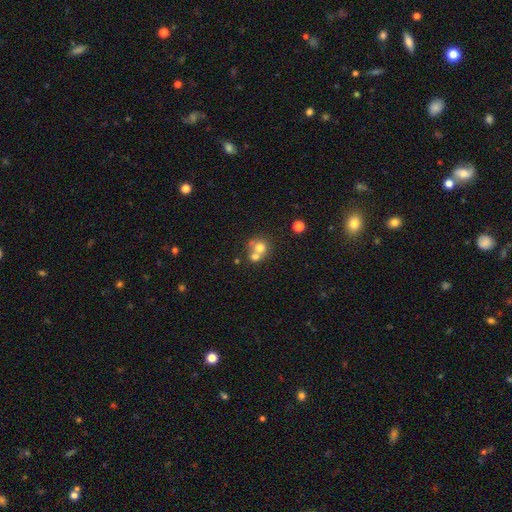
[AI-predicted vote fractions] This is likely a smooth galaxy (68%). How rounded: clearly round (83%). Merging: possibly merger (54%).